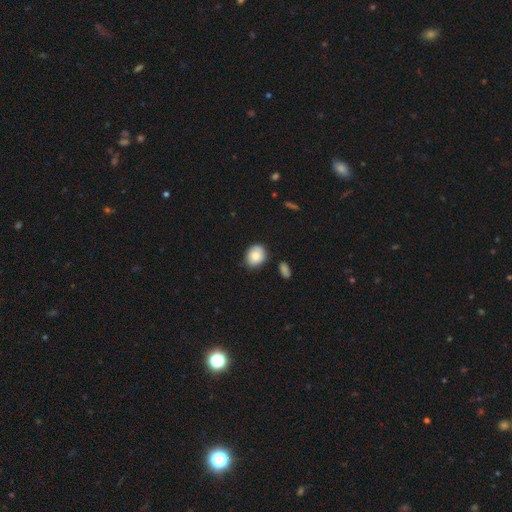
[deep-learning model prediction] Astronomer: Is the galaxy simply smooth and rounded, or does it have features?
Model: smooth — 84%.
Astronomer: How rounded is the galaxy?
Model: round — 55% (runner-up: in between, 44%).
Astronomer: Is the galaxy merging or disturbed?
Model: none — 69%.